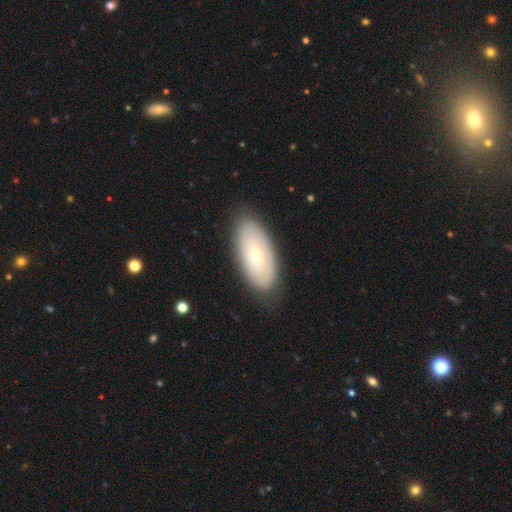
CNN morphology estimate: Smooth or featured? smooth (58%)
How rounded? in between (91%)
Merging? none (83%)